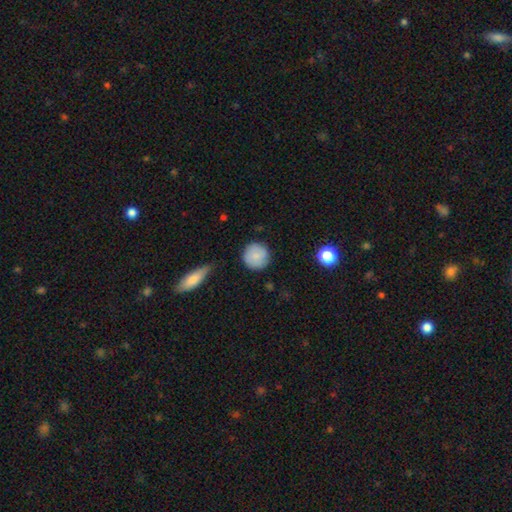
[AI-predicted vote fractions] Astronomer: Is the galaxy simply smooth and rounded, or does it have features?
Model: smooth — 84%.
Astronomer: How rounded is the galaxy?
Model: round — 94%.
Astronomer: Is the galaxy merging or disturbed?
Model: none — 83%.